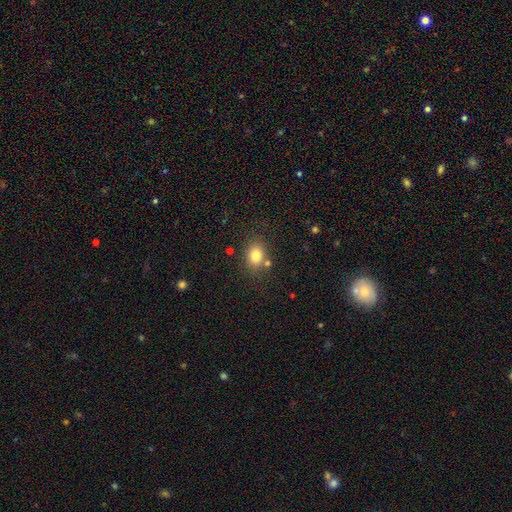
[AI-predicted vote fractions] smooth-or-featured: smooth: 80% | star or artifact: 11% | featured or disk: 9%
  how-rounded: in between: 57% | round: 42% | cigar-shaped: 1%
  merging: none: 74% | minor disturbance: 12% | merger: 10% | major disturbance: 4%